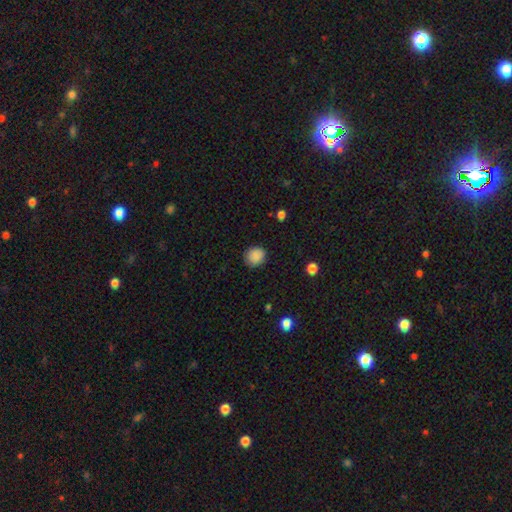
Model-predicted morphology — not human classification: A smooth galaxy with no disk features (88%) that is round (82%).

Vote fractions:
- Smooth or featured? smooth: 88% / star or artifact: 9% / featured or disk: 3%
- How rounded? round: 82% / in between: 18% / cigar-shaped: 1%
- Merging? none: 85% / minor disturbance: 11% / major disturbance: 3% / merger: 1%